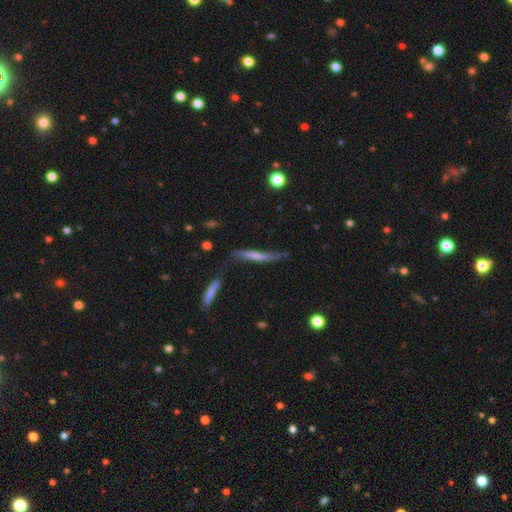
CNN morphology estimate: A smooth galaxy with no disk features (48%). Merging: none (48%).